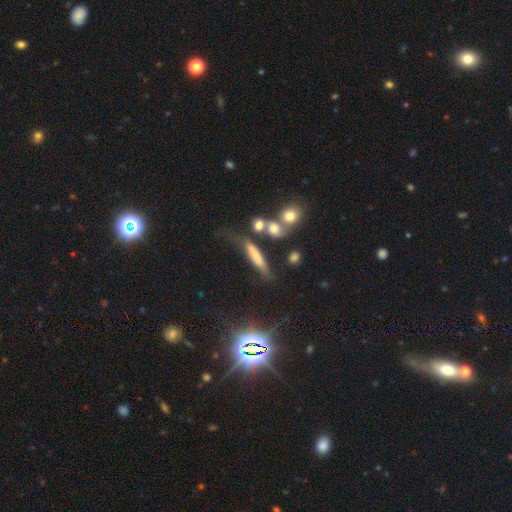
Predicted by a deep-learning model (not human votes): Smooth or featured? Predicted: smooth (p=0.61). How rounded? Predicted: cigar-shaped (p=0.77). Merging? Predicted: none (p=0.50).